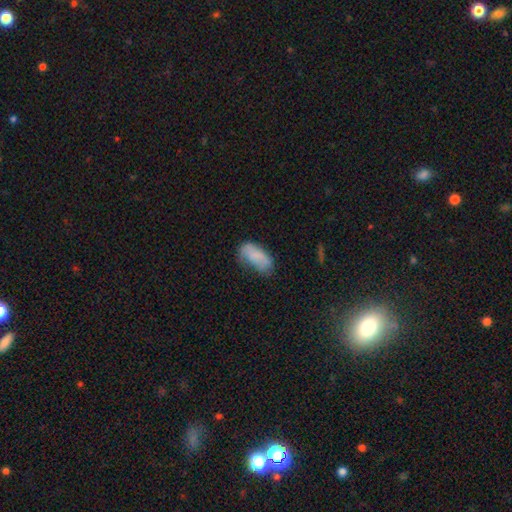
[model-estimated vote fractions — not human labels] Smooth or featured?
  - smooth: 78% *
  - featured or disk: 14%
  - star or artifact: 8%
How rounded?
  - in between: 92% *
  - cigar-shaped: 5%
  - round: 3%
Merging?
  - none: 46% *
  - minor disturbance: 36%
  - major disturbance: 15%
  - merger: 3%